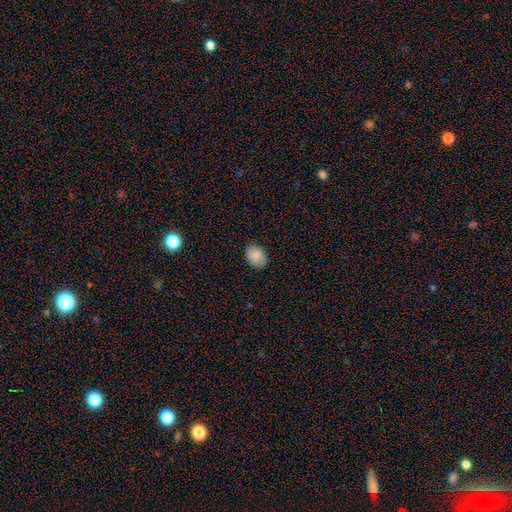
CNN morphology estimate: smooth_or_featured: smooth (p=0.87) [alt: star or artifact p=0.07]
how_rounded: in between (p=0.76) [alt: round p=0.23]
merging: none (p=0.88) [alt: minor disturbance p=0.09]